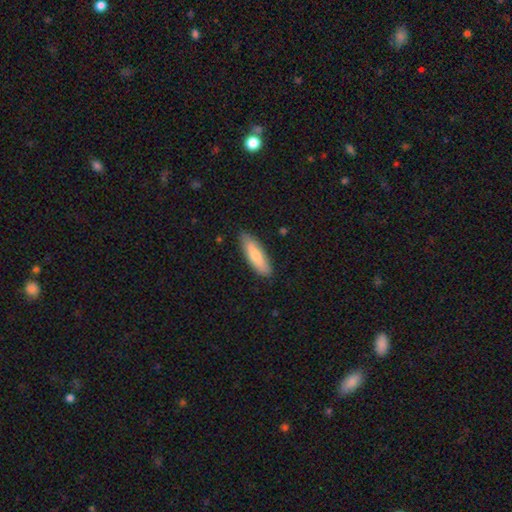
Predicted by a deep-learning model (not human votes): This is likely a smooth galaxy (77%). How rounded: possibly cigar-shaped (52%). Merging: clearly none (84%).